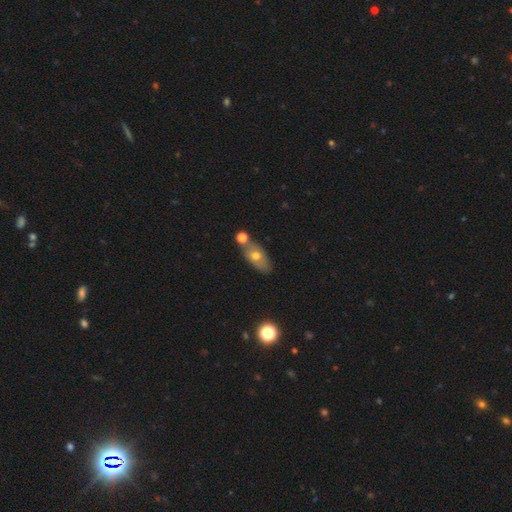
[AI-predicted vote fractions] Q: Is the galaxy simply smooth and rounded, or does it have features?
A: smooth — 63%.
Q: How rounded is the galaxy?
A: in between — 84%.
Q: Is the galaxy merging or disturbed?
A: none — 61%.